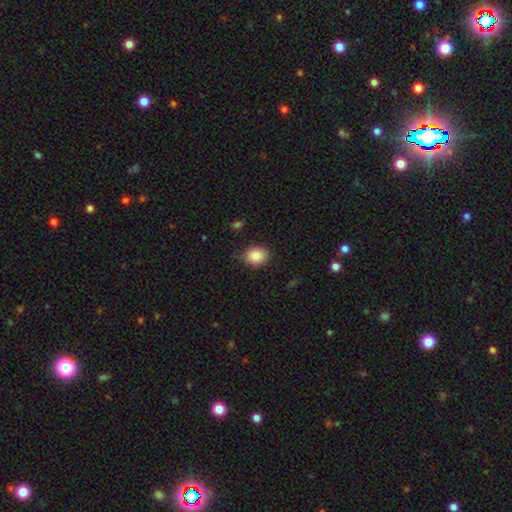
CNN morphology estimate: This is clearly a smooth galaxy (85%). How rounded: likely round (61%). Merging: clearly none (80%).